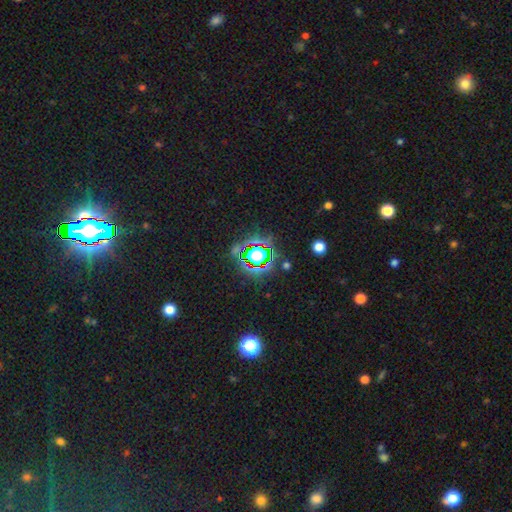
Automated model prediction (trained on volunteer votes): Smooth or featured: star or artifact — 75% (smooth — 16%)